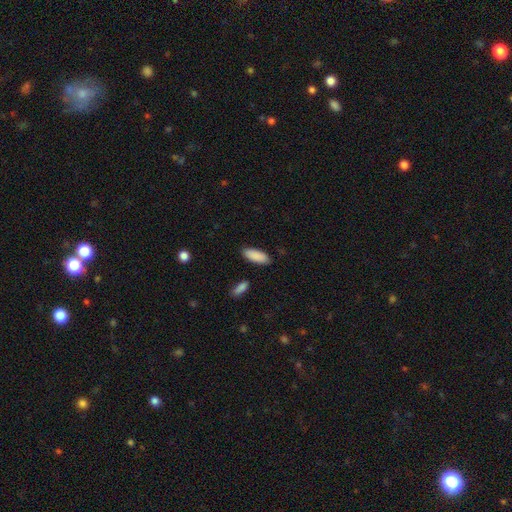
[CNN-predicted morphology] smooth_or_featured: smooth (p=0.90) [alt: star or artifact p=0.06]
how_rounded: in between (p=0.78) [alt: cigar-shaped p=0.20]
merging: none (p=0.87) [alt: minor disturbance p=0.08]